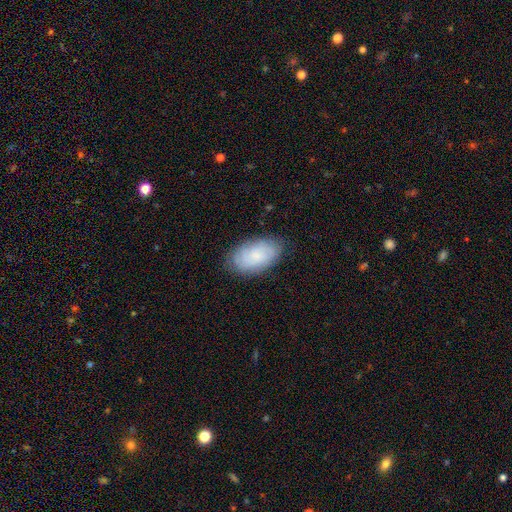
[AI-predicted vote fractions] Overall: smooth (70%). How rounded: in between (95%). Merging: none (79%).